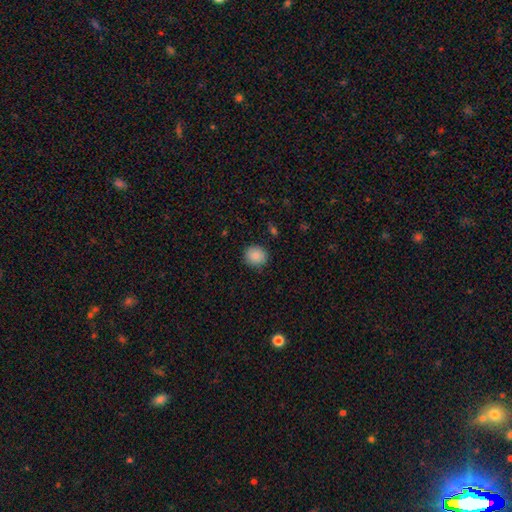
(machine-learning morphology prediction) type=smooth (88%); roundness=round (82%); merging=none (88%).